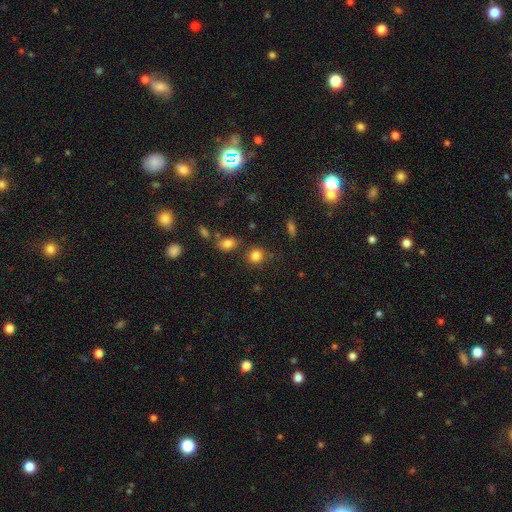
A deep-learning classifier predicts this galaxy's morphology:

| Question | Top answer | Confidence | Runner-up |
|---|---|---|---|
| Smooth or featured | smooth | 82% | star or artifact (12%) |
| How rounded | round | 81% | in between (18%) |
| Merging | none | 76% | minor disturbance (11%) |